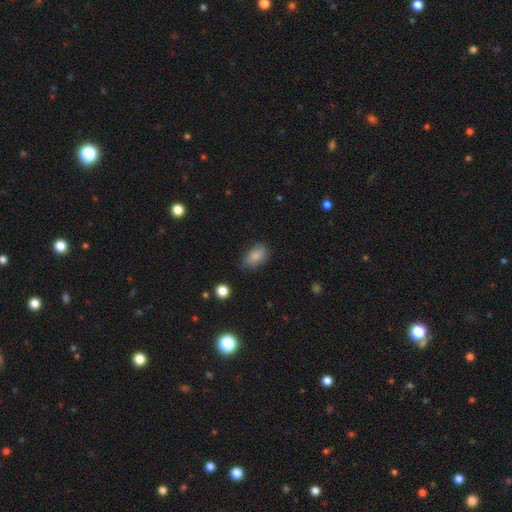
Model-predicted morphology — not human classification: Overall: smooth (80%). How rounded: in between (90%). Merging: none (71%).